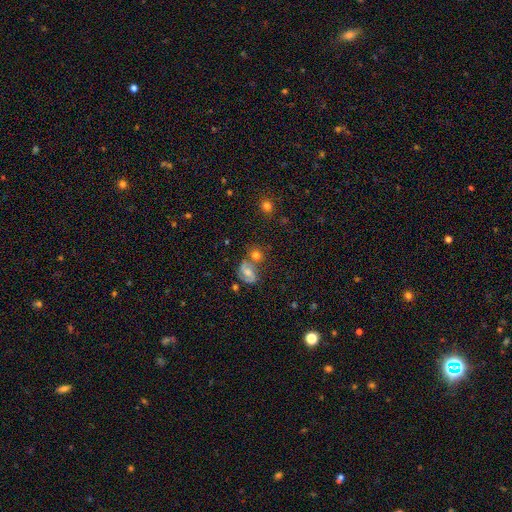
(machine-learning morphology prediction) This is possibly a smooth galaxy (53%). How rounded: likely round (67%). Merging: possibly none (49%).